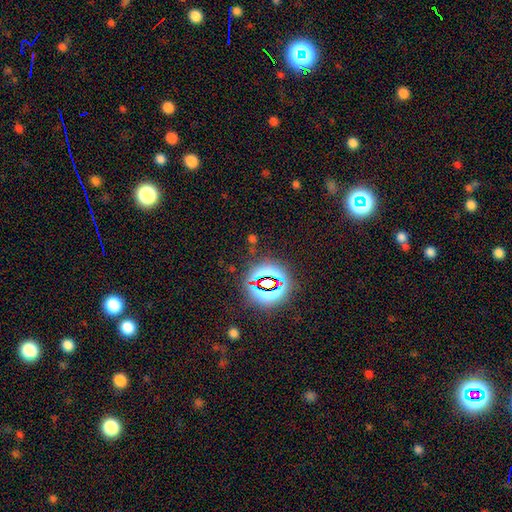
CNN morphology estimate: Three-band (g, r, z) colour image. It shows a star or artifact, not a galaxy (81%).